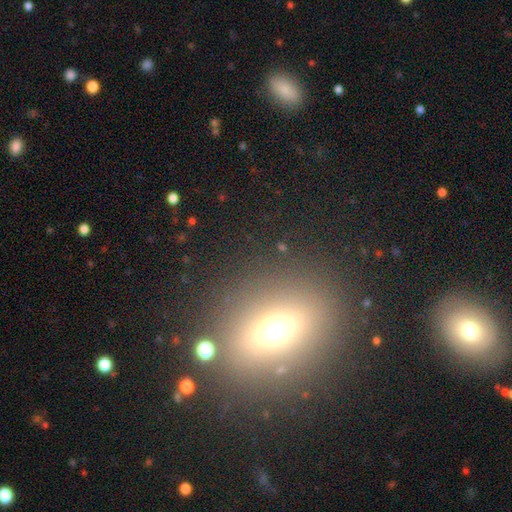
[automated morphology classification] smooth-or-featured: smooth: 58% | star or artifact: 24% | featured or disk: 19%
  how-rounded: in between: 62% | round: 31% | cigar-shaped: 7%
  merging: none: 82% | minor disturbance: 9% | major disturbance: 5% | merger: 4%